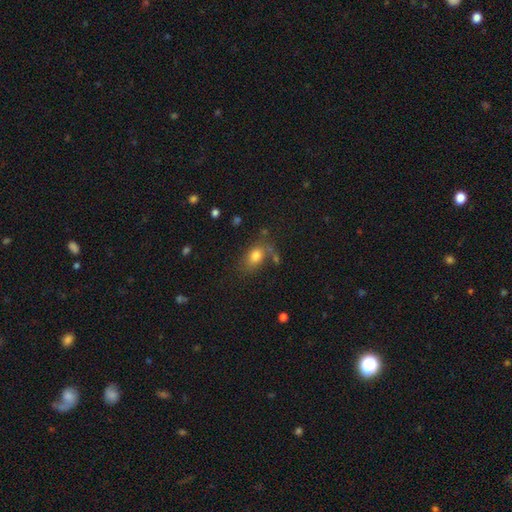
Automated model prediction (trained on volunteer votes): The model was most divided on "merging": none: 62%, minor disturbance: 19%, merger: 11%, major disturbance: 9%. More confident: how rounded — in between (79%); smooth or featured — smooth (78%).